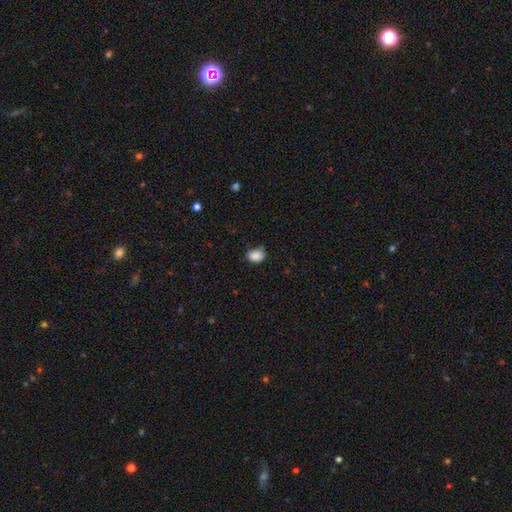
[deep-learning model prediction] Smooth or featured?
  - smooth: 87% *
  - star or artifact: 9%
  - featured or disk: 4%
How rounded?
  - in between: 68% *
  - round: 31%
  - cigar-shaped: 1%
Merging?
  - none: 68% *
  - minor disturbance: 26%
  - major disturbance: 4%
  - merger: 2%